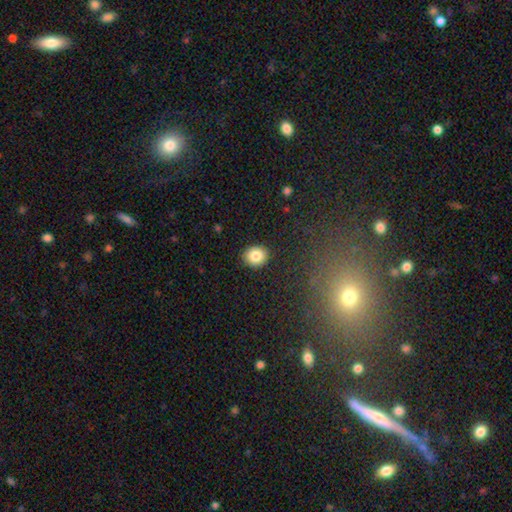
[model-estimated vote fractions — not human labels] Overall: smooth (84%). How rounded: round (77%). Merging: none (91%).